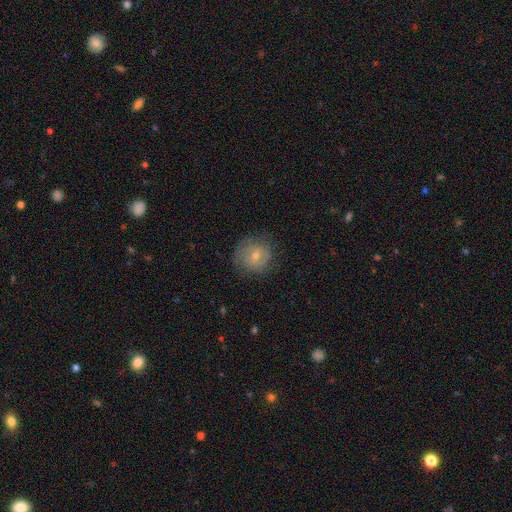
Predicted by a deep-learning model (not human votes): Overall: featured or disk (49%; smooth 40%). Merging: none (76%).